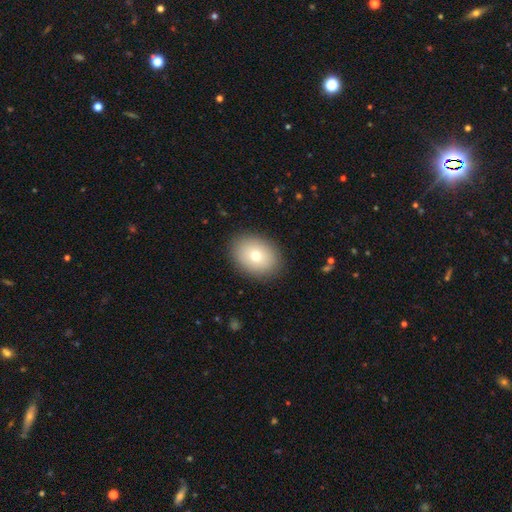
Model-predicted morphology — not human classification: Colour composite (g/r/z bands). It shows a smooth galaxy with no disk features (75%) that is in between round and cigar-shaped (67%). Merging: none (88%).